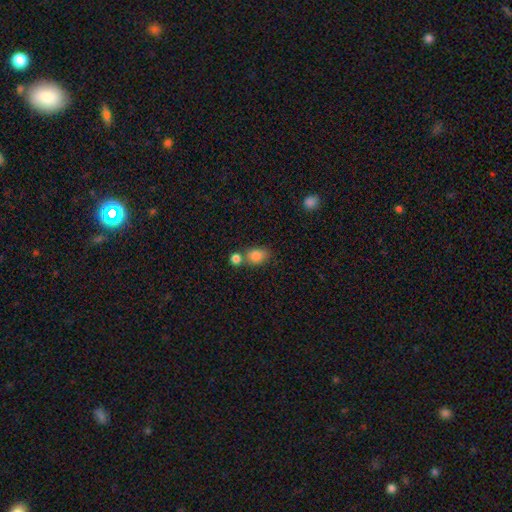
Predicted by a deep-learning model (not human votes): Q: Smooth or featured?
A: smooth (84%); runner-up: star or artifact (10%)
Q: How rounded?
A: in between (56%); runner-up: round (42%)
Q: Merging?
A: none (51%); runner-up: merger (30%)